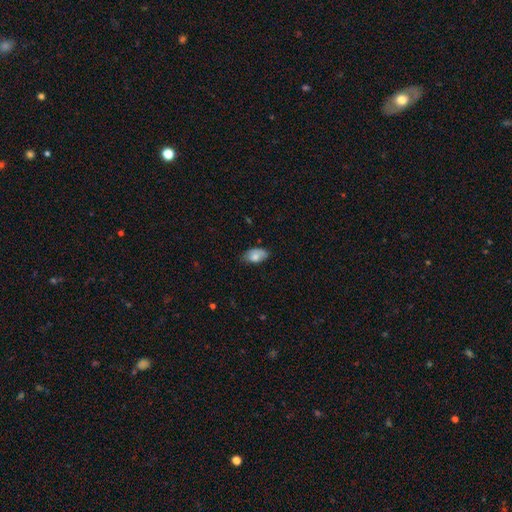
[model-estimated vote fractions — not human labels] Smooth or featured?
  - smooth: 76% *
  - featured or disk: 17%
  - star or artifact: 7%
How rounded?
  - in between: 93% *
  - round: 5%
  - cigar-shaped: 2%
Merging?
  - none: 65% *
  - minor disturbance: 28%
  - major disturbance: 5%
  - merger: 1%